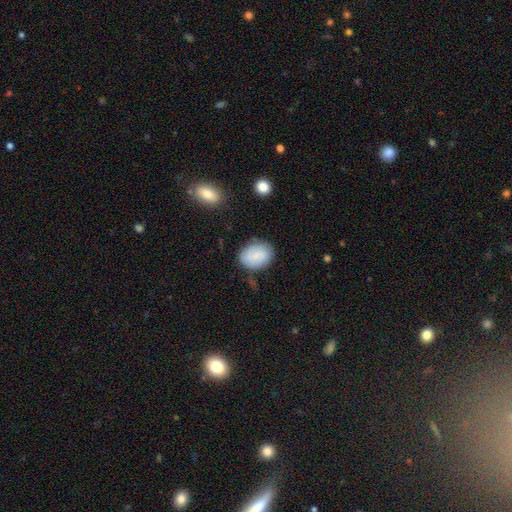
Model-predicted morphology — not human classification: smooth 79%, featured or disk 14%, star or artifact 7%. Down the decision tree: how rounded — in between (68%); merging — none (76%).